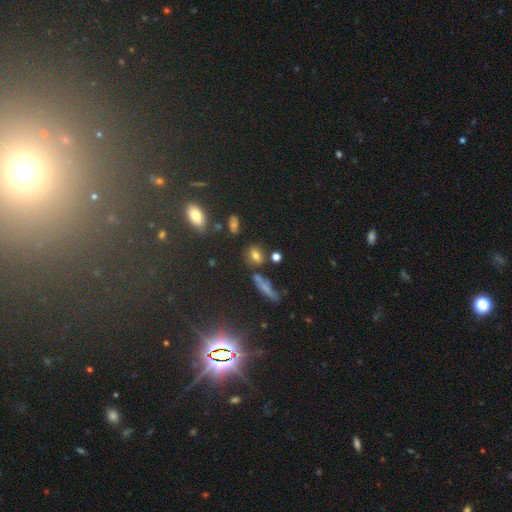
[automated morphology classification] Smooth or featured: smooth — 70% (star or artifact — 18%)
How rounded: round — 47% (in between — 46%)
Merging: none — 72% (minor disturbance — 14%)